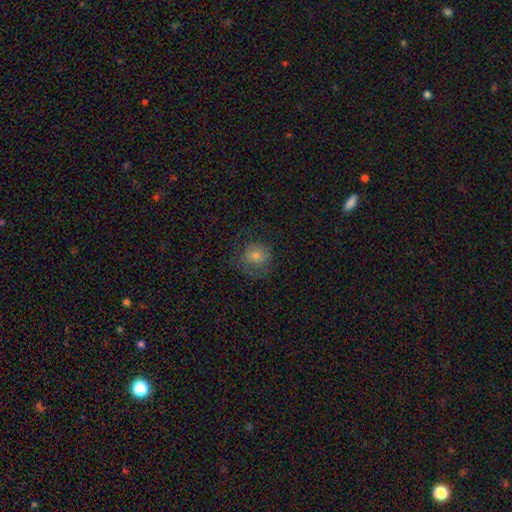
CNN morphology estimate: This is likely a smooth galaxy (65%). How rounded: clearly round (83%). Merging: likely none (67%).